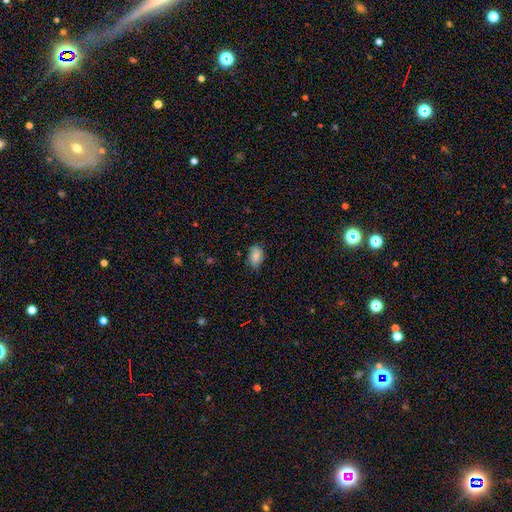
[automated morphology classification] Q: Smooth or featured?
A: smooth (84%); runner-up: star or artifact (8%)
Q: How rounded?
A: in between (88%); runner-up: round (10%)
Q: Merging?
A: none (73%); runner-up: minor disturbance (22%)